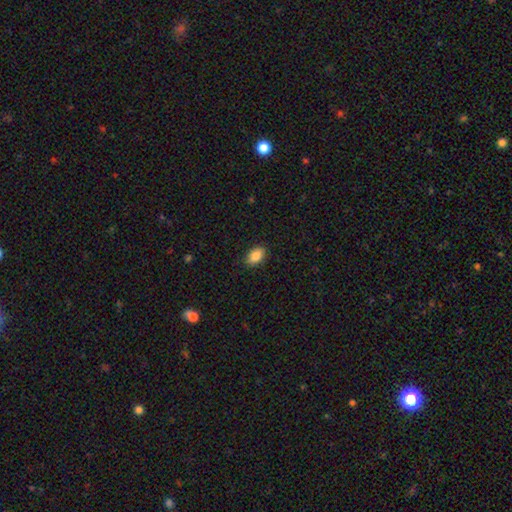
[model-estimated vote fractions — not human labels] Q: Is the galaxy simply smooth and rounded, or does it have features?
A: smooth — 87%.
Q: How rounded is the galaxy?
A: in between — 89%.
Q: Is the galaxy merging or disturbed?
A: none — 89%.